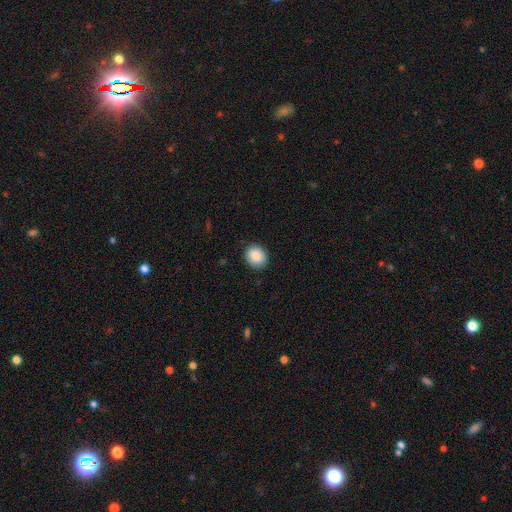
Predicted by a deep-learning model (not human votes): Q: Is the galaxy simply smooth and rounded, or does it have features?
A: smooth — 87%.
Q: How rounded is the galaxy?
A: round — 66%.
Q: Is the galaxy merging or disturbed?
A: none — 89%.